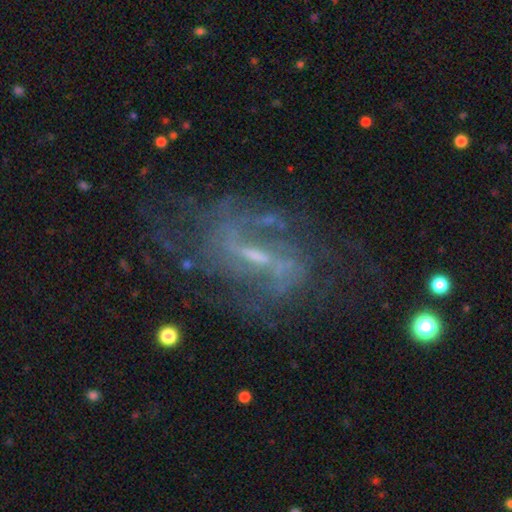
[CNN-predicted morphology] The model was most divided on "spiral winding": medium: 41%, loose: 39%, tight: 20%. Remaining: edge-on disk — no (94%); spiral arms — yes (85%); smooth or featured — featured or disk (82%); bulge size — small (64%); merging — none (60%); spiral arm count — 2 (55%); bar — weak (47%).